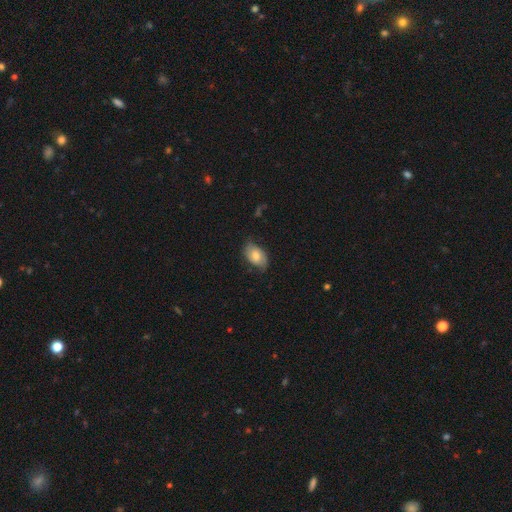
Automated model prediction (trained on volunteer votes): Smooth or featured? smooth (62%)
How rounded? in between (90%)
Merging? none (67%)